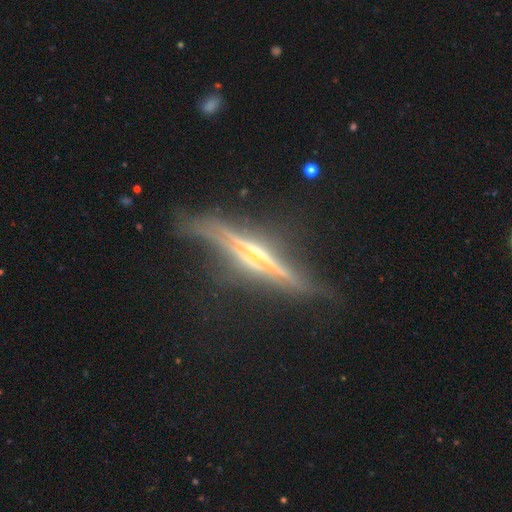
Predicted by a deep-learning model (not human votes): This is clearly a featured or disk galaxy (86%). It is clearly viewed edge-on (96%). Edge-on bulge: clearly rounded (81%). Merging: likely none (76%).